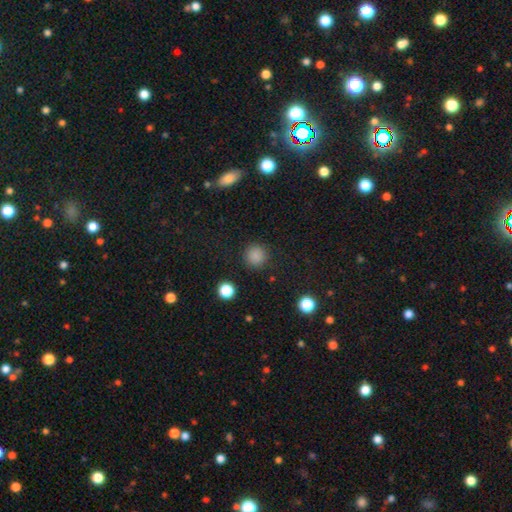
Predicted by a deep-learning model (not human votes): Smooth or featured? Predicted: smooth (p=0.85). How rounded? Predicted: round (p=0.94). Merging? Predicted: none (p=0.90).